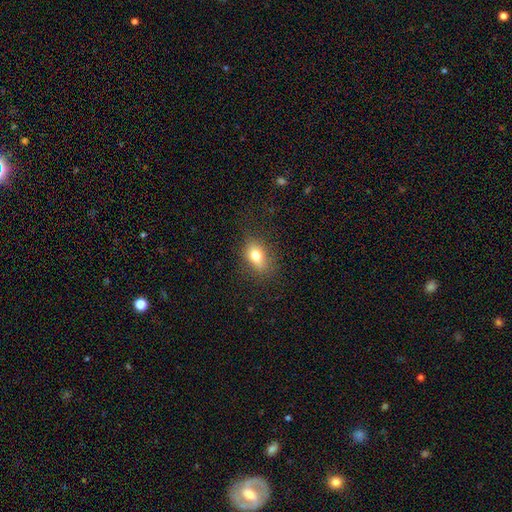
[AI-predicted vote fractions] Q: Smooth or featured?
A: smooth (75%); runner-up: featured or disk (14%)
Q: How rounded?
A: in between (72%); runner-up: round (24%)
Q: Merging?
A: none (77%); runner-up: minor disturbance (16%)